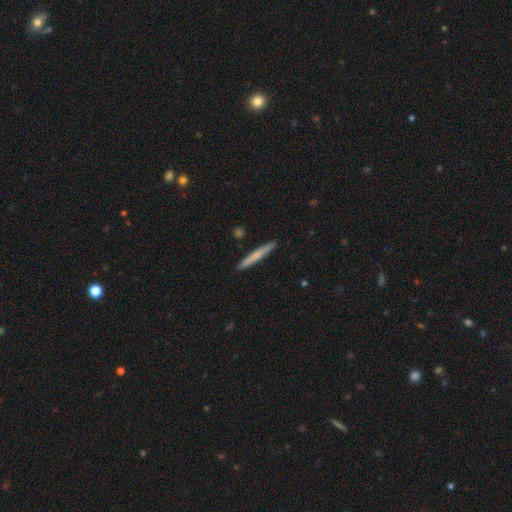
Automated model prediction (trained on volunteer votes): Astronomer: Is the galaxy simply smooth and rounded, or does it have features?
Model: smooth — 63%.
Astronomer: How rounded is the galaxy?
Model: cigar-shaped — 96%.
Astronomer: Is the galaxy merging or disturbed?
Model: none — 91%.